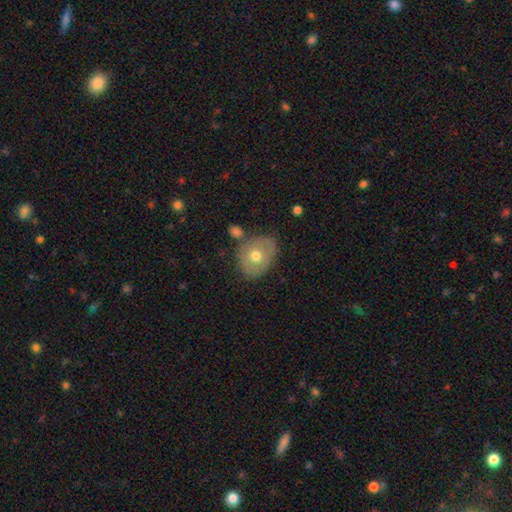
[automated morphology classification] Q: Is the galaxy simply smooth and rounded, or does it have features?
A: smooth — 56%.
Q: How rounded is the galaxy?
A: in between — 57%.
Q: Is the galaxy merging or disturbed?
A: none — 68%.